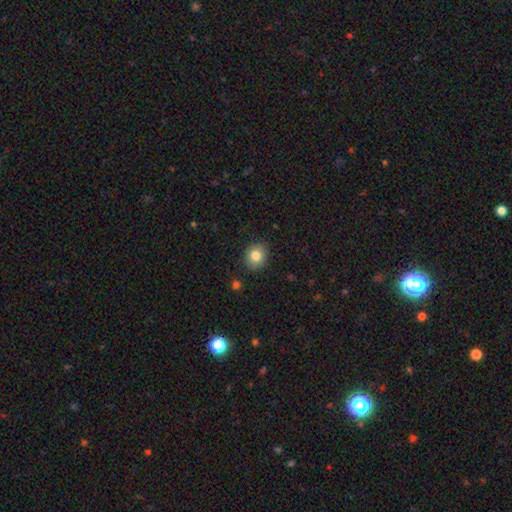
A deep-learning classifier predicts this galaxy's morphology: smooth-or-featured: smooth: 82% | star or artifact: 10% | featured or disk: 8%
  how-rounded: round: 75% | in between: 25% | cigar-shaped: 1%
  merging: none: 88% | minor disturbance: 8% | major disturbance: 2% | merger: 1%